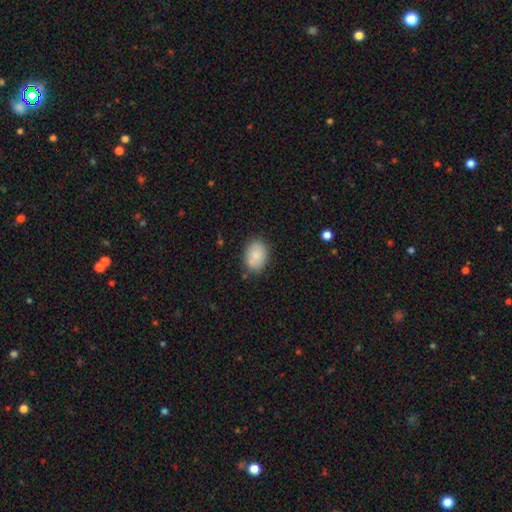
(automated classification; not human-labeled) smooth_or_featured: smooth (p=0.84) [alt: featured or disk p=0.08]
how_rounded: in between (p=0.77) [alt: round p=0.22]
merging: none (p=0.78) [alt: minor disturbance p=0.15]